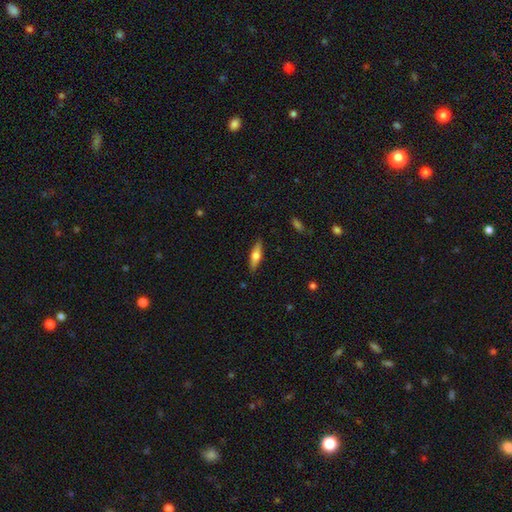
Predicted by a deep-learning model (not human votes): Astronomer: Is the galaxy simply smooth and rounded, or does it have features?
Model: smooth — 55% (runner-up: featured or disk, 39%).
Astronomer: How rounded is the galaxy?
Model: cigar-shaped — 62%.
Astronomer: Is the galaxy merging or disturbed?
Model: none — 87%.